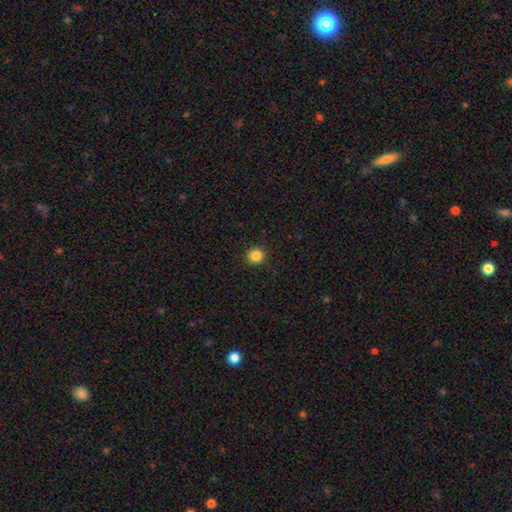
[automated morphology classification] A smooth galaxy with no disk features (85%) that is round (95%).

Vote fractions:
- Smooth or featured? smooth: 85% / star or artifact: 11% / featured or disk: 4%
- How rounded? round: 95% / in between: 4% / cigar-shaped: 1%
- Merging? none: 92% / minor disturbance: 5% / major disturbance: 2% / merger: 1%